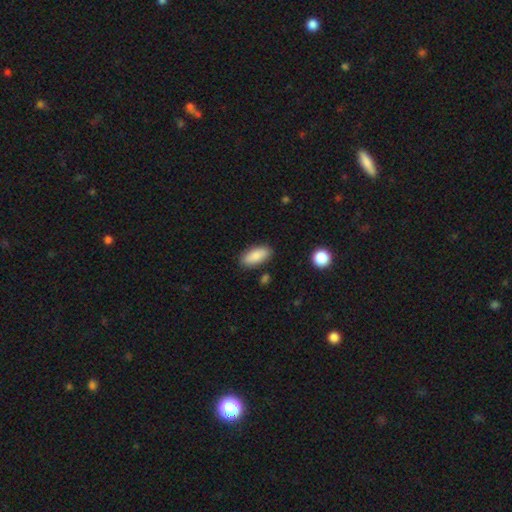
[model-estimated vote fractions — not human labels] smooth-or-featured: smooth: 85% | featured or disk: 8% | star or artifact: 6%
  how-rounded: in between: 86% | cigar-shaped: 11% | round: 2%
  merging: none: 84% | minor disturbance: 11% | merger: 2% | major disturbance: 2%